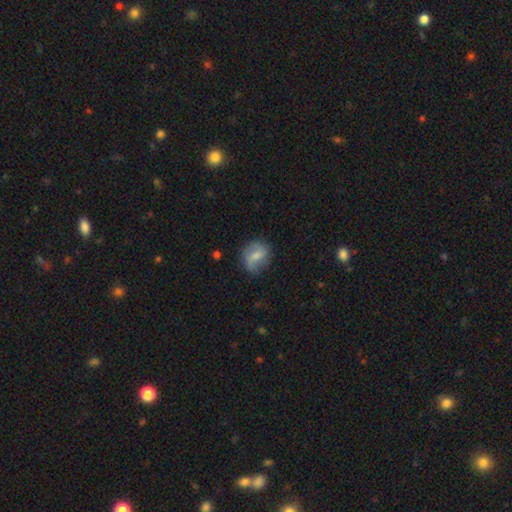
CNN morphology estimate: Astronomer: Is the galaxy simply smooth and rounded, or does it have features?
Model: featured or disk — 48% (runner-up: smooth, 45%).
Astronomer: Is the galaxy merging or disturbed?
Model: none — 68%.